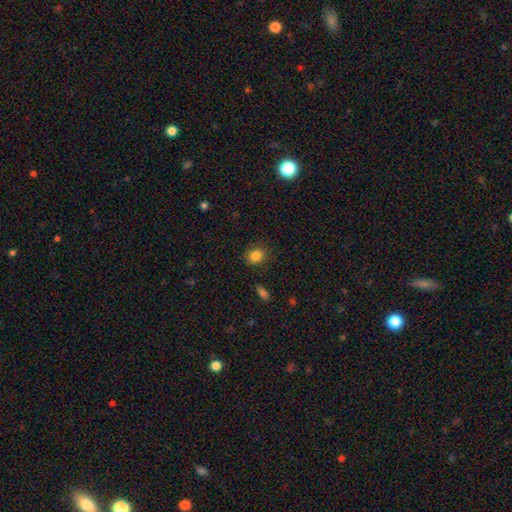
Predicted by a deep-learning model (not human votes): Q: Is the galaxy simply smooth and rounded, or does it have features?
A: smooth — 84%.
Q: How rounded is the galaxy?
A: round — 63%.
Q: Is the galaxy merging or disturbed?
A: none — 85%.